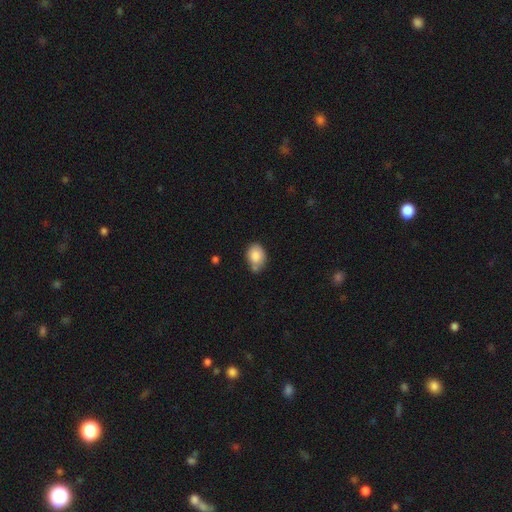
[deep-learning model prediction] This appears to be a smooth galaxy with no disk features (84%) that is in between round and cigar-shaped (70%). Merging: none (52%).